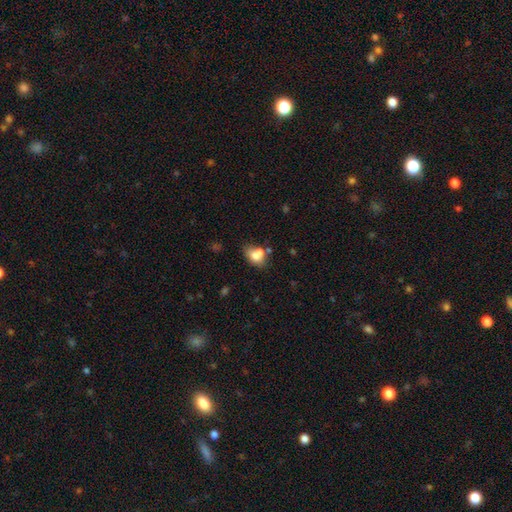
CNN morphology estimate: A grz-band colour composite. It shows a smooth galaxy with no disk features (72%) that is in between round and cigar-shaped (63%). Merging: none (42%).